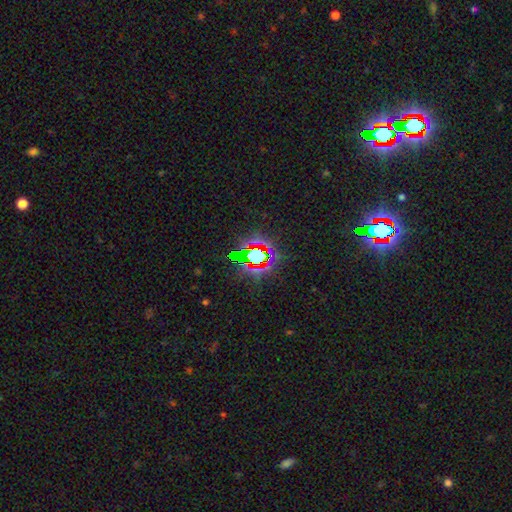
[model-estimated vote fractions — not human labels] Smooth or featured?
  - star or artifact: 72% *
  - smooth: 16%
  - featured or disk: 12%